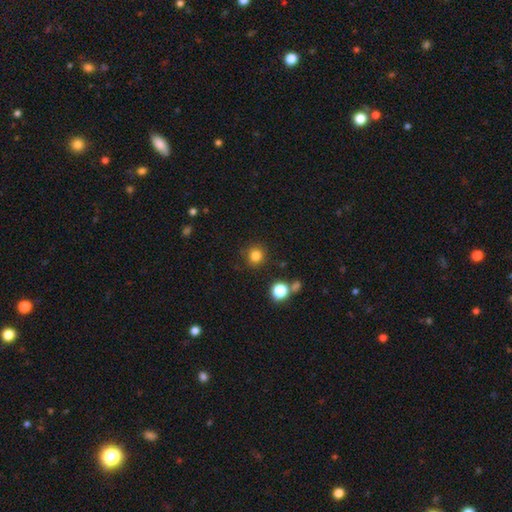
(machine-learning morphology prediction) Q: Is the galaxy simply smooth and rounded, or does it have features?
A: smooth — 82%.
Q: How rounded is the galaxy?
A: round — 90%.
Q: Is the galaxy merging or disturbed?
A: none — 86%.